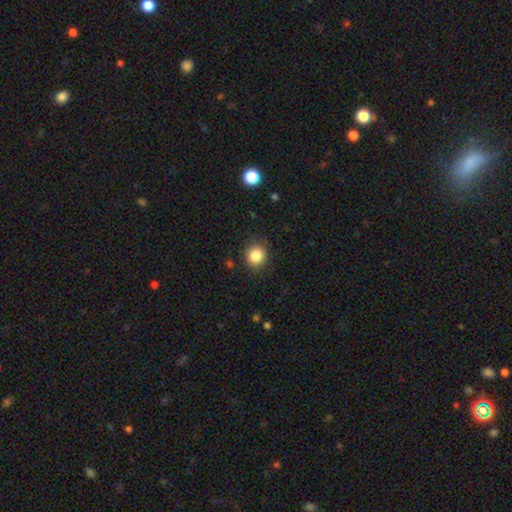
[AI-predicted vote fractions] Smooth or featured: smooth — 84% (star or artifact — 10%)
How rounded: round — 81% (in between — 18%)
Merging: none — 85% (minor disturbance — 11%)